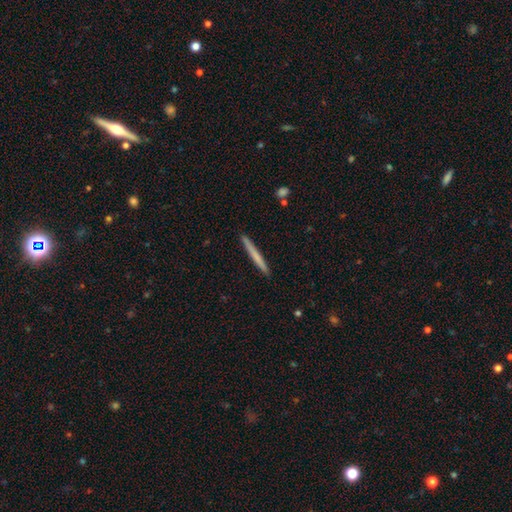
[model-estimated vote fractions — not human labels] smooth 63%, featured or disk 32%, star or artifact 5%. Down the decision tree: how rounded — cigar-shaped (97%); merging — none (92%).